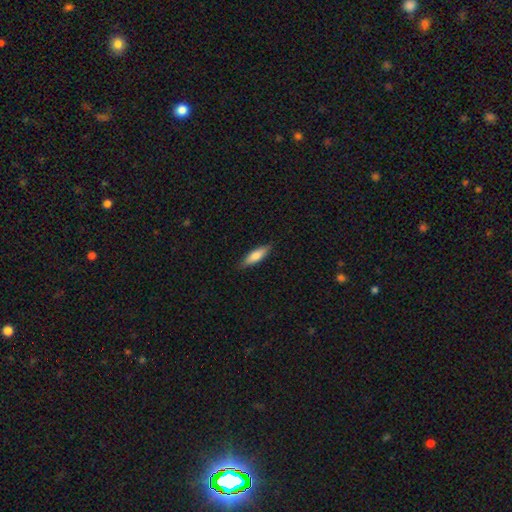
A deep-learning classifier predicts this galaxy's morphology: Q: Smooth or featured?
A: smooth (74%); runner-up: featured or disk (20%)
Q: How rounded?
A: cigar-shaped (58%); runner-up: in between (40%)
Q: Merging?
A: none (86%); runner-up: minor disturbance (11%)